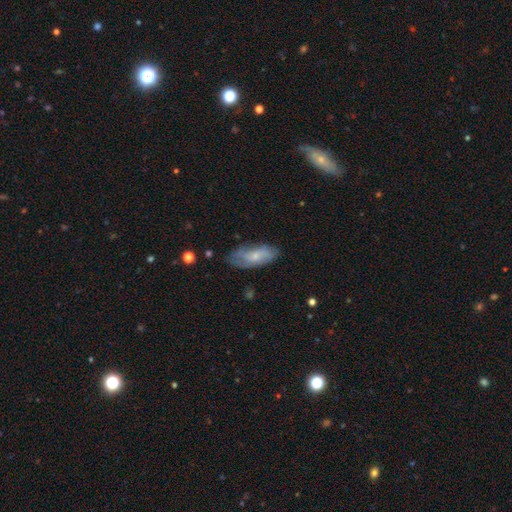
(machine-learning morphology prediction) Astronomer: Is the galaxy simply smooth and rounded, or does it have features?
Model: smooth — 52% (runner-up: featured or disk, 41%).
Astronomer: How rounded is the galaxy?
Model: in between — 77%.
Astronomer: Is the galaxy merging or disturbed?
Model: none — 61%.